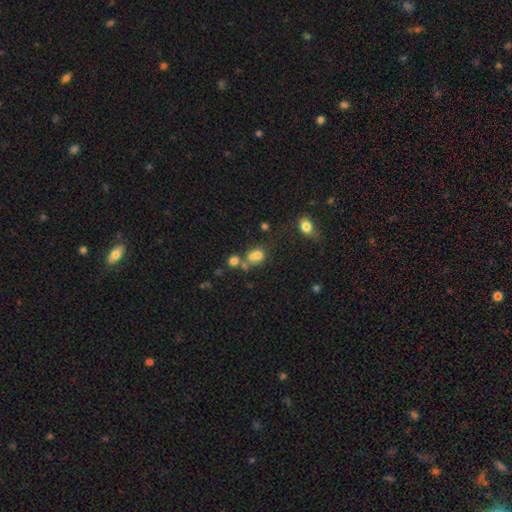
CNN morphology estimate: smooth_or_featured: smooth (p=0.69) [alt: star or artifact p=0.16]
how_rounded: round (p=0.59) [alt: in between p=0.40]
merging: merger (p=0.49) [alt: none p=0.34]